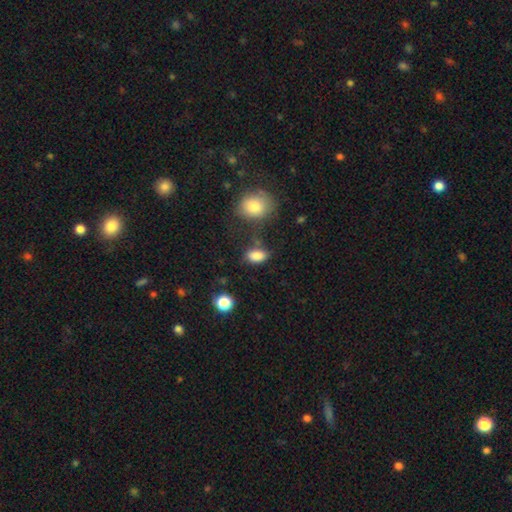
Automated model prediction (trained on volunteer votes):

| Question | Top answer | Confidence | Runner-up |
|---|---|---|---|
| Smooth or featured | smooth | 85% | star or artifact (10%) |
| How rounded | in between | 87% | round (10%) |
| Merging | none | 64% | minor disturbance (19%) |